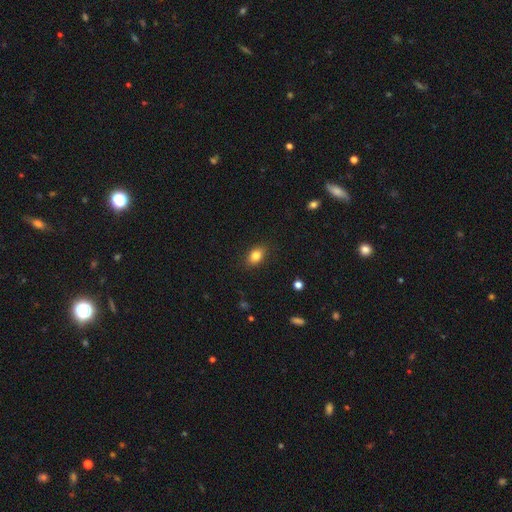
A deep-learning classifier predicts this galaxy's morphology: A smooth galaxy with no disk features (82%) that is in between round and cigar-shaped (74%). Merging: none (87%).